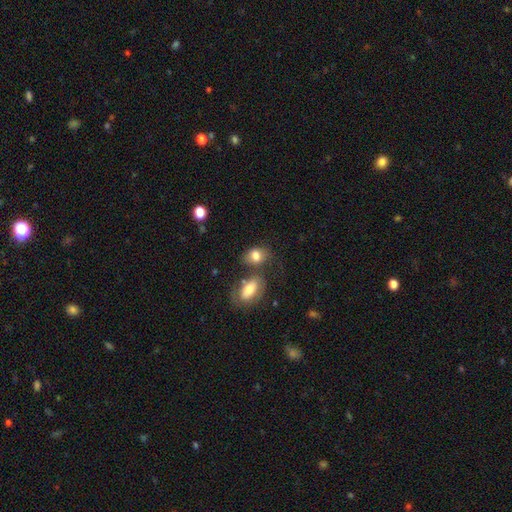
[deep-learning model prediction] The model was most divided on "merging": none: 48%, merger: 26%, minor disturbance: 18%, major disturbance: 8%. More confident: smooth or featured — smooth (79%); how rounded — in between (73%).